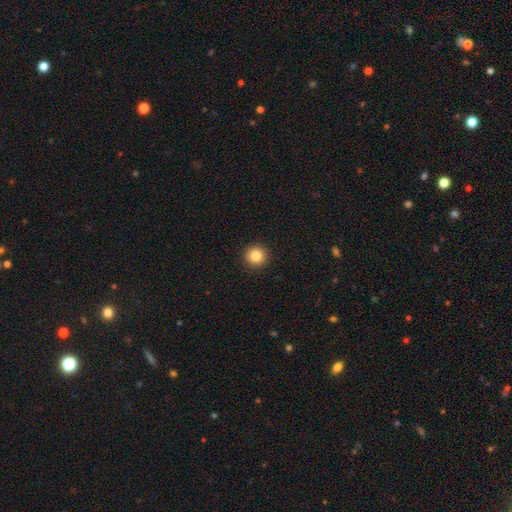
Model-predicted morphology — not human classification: This appears to be a smooth galaxy with no disk features (84%) that is round (95%). Merging: none (93%).